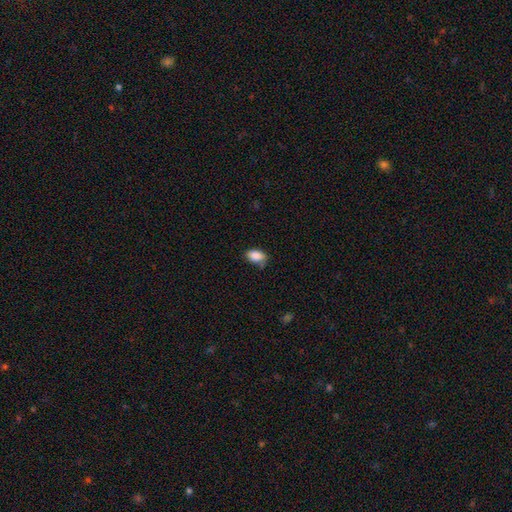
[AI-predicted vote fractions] smooth-or-featured: smooth: 88% | star or artifact: 8% | featured or disk: 4%
  how-rounded: in between: 90% | round: 8% | cigar-shaped: 2%
  merging: none: 69% | minor disturbance: 23% | major disturbance: 4% | merger: 4%